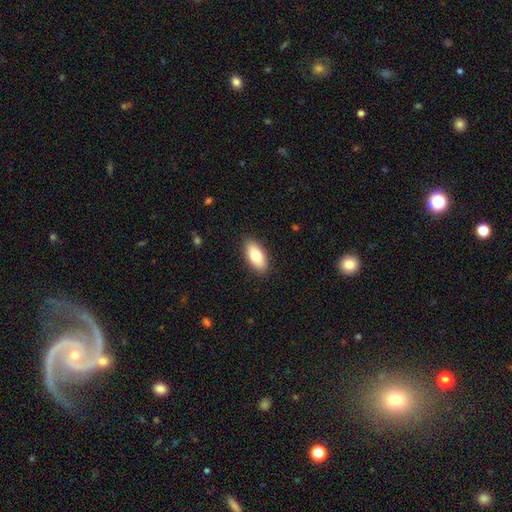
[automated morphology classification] Smooth or featured?
  - smooth: 79% *
  - featured or disk: 15%
  - star or artifact: 6%
How rounded?
  - in between: 89% *
  - cigar-shaped: 8%
  - round: 3%
Merging?
  - none: 89% *
  - minor disturbance: 8%
  - major disturbance: 2%
  - merger: 1%